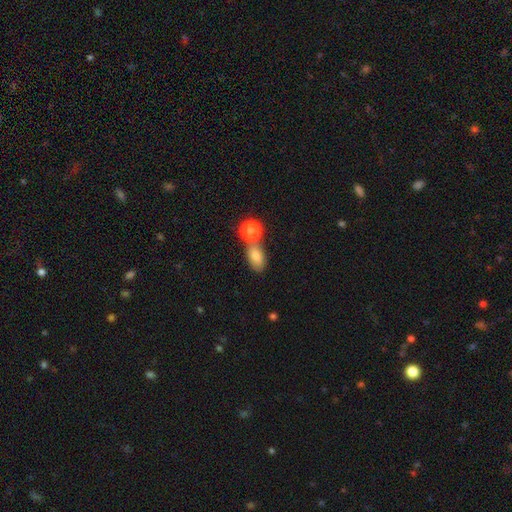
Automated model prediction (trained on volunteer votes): Smooth or featured? smooth (79%)
How rounded? in between (80%)
Merging? none (48%)